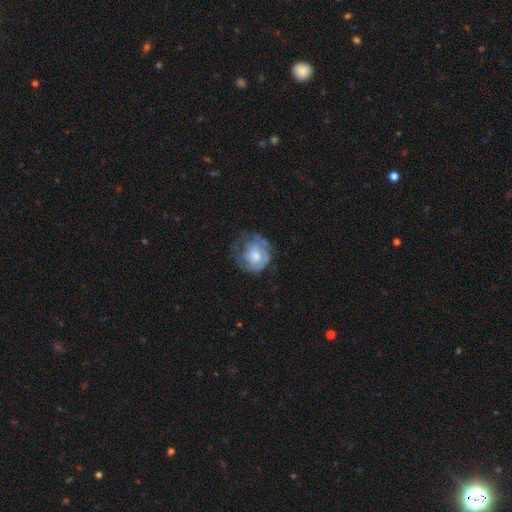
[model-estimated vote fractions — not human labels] Morphology: type=featured or disk (47%); merging=none (46%).